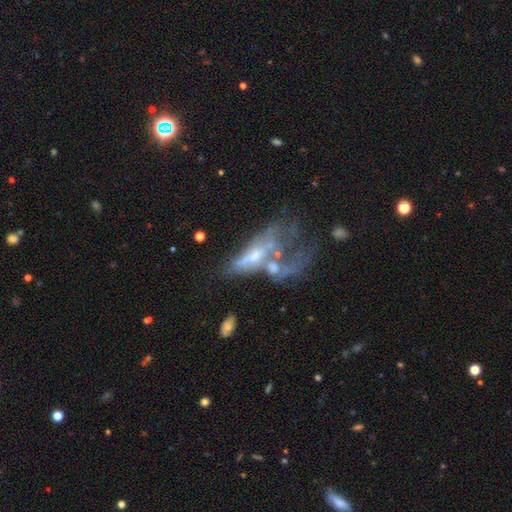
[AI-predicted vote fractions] This appears to be a featured or disk galaxy (60%) with no bar (78%), no spiral arms (81%) and a moderate central bulge (38%). Merging: major disturbance (38%).